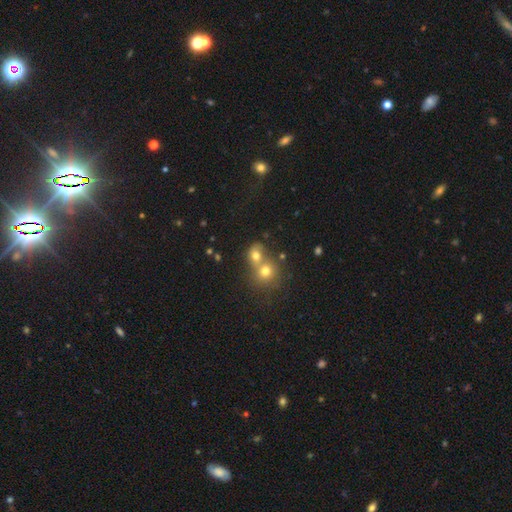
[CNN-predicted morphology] smooth_or_featured: smooth (p=0.69) [alt: featured or disk p=0.15]
how_rounded: round (p=0.67) [alt: in between p=0.31]
merging: merger (p=0.60) [alt: none p=0.30]